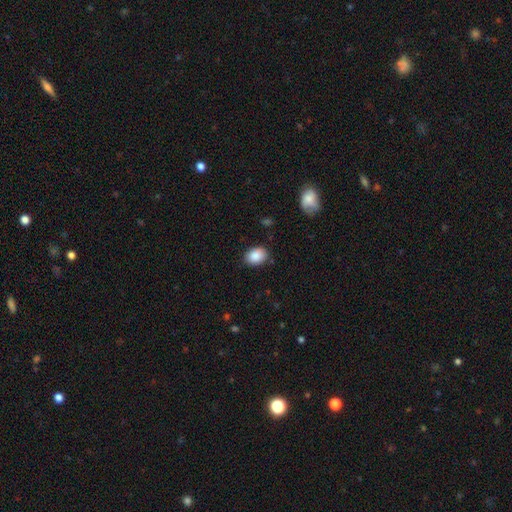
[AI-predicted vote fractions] smooth 88%, star or artifact 7%, featured or disk 4%. Down the decision tree: how rounded — in between (70%); merging — none (84%).